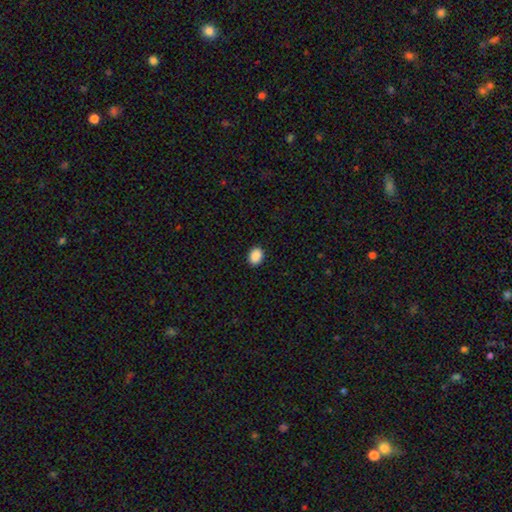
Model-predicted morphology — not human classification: This appears to be a smooth galaxy with no disk features (90%) that is in between round and cigar-shaped (70%). Merging: none (90%).